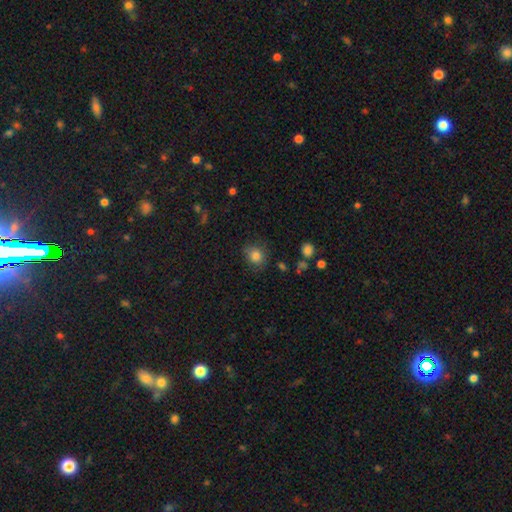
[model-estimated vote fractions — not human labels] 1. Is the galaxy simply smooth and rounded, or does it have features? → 81% smooth, 11% star or artifact, 7% featured or disk.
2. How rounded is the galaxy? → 74% round, 25% in between, 1% cigar-shaped.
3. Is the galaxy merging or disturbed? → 73% none, 19% minor disturbance, 6% major disturbance, 2% merger.